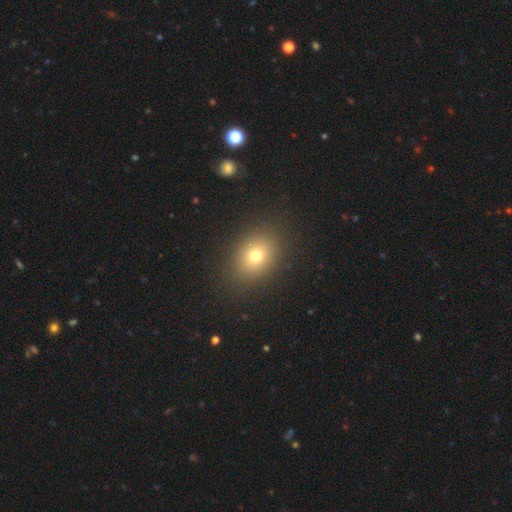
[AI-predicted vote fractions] Smooth or featured?
  - smooth: 74% *
  - star or artifact: 15%
  - featured or disk: 11%
How rounded?
  - in between: 54% *
  - round: 45%
  - cigar-shaped: 1%
Merging?
  - none: 88% *
  - minor disturbance: 7%
  - major disturbance: 3%
  - merger: 1%